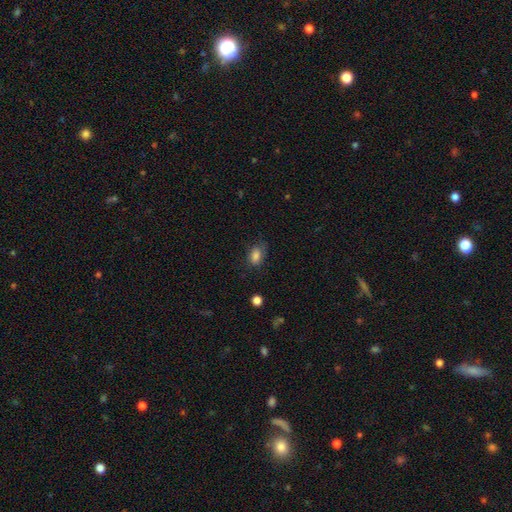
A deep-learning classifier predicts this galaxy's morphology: A smooth galaxy with no disk features (81%) that is in between round and cigar-shaped (84%).

Vote fractions:
- Smooth or featured? smooth: 81% / star or artifact: 10% / featured or disk: 9%
- How rounded? in between: 84% / round: 13% / cigar-shaped: 2%
- Merging? none: 64% / minor disturbance: 25% / major disturbance: 9% / merger: 2%